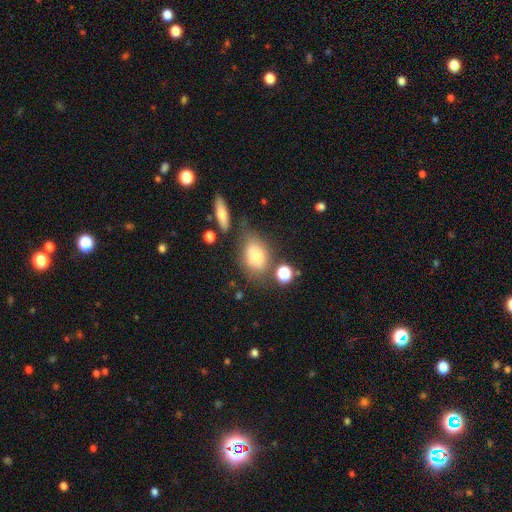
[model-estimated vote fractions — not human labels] Smooth or featured: smooth — 74% (featured or disk — 15%)
How rounded: in between — 80% (round — 18%)
Merging: none — 60% (minor disturbance — 20%)